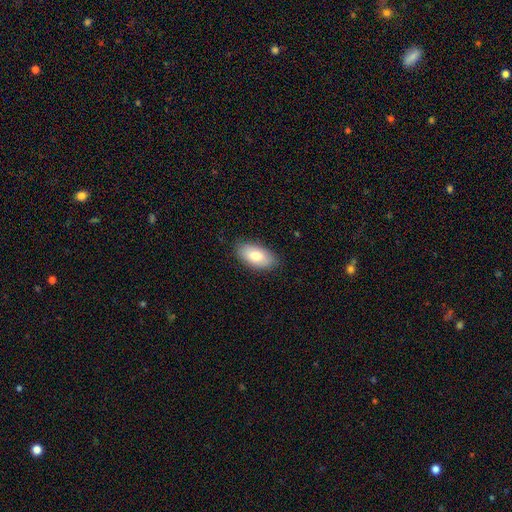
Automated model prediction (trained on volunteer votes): Smooth or featured? Predicted: smooth (p=0.78). How rounded? Predicted: in between (p=0.94). Merging? Predicted: none (p=0.85).